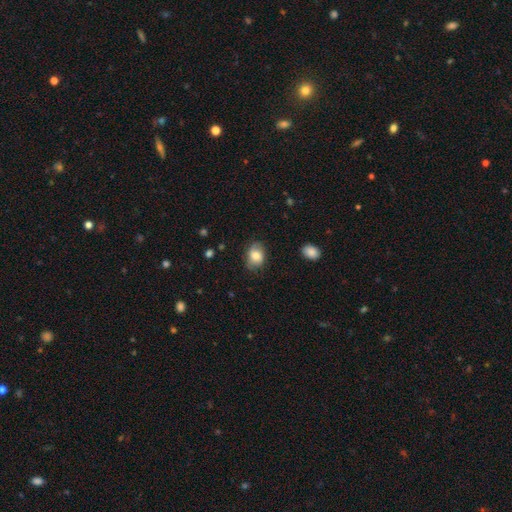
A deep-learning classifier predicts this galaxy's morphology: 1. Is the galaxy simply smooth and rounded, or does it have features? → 70% smooth, 22% featured or disk, 8% star or artifact.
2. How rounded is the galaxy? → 68% in between, 31% round, 1% cigar-shaped.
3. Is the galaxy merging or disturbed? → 70% none, 23% minor disturbance, 6% major disturbance, 1% merger.